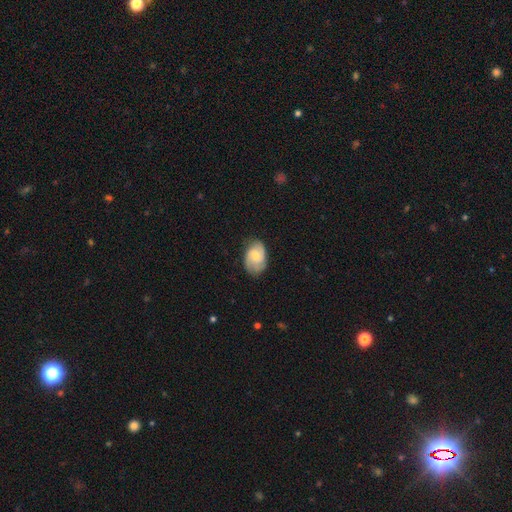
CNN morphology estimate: smooth-or-featured: featured or disk: 60% | smooth: 34% | star or artifact: 6%
  disk-edge-on: no: 97% | yes: 3%
    bar: no: 56% | weak: 38% | strong: 6%
    has-spiral-arms: yes: 90% | no: 10%
      spiral-winding: medium: 44% | tight: 39% | loose: 17%
      spiral-arm-count: 2: 58% | can't tell: 17% | 3: 17% | 1: 3% | 4: 3% | more than 4: 2%
    bulge-size: moderate: 54% | small: 39% | large: 3% | none: 3% | dominant: 1%
  merging: none: 74% | minor disturbance: 20% | major disturbance: 5% | merger: 1%